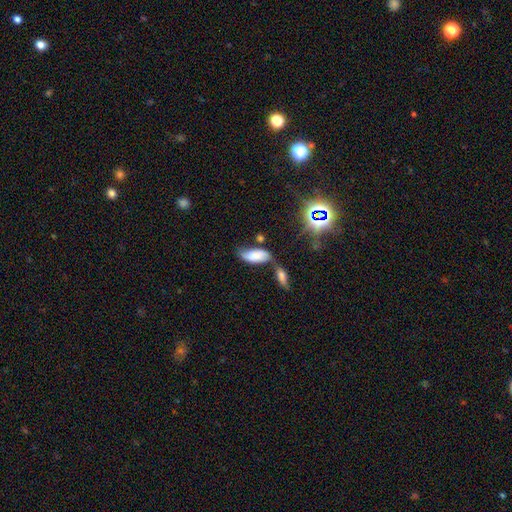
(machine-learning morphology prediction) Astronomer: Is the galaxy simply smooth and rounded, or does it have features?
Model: smooth — 68%.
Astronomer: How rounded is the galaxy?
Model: in between — 85%.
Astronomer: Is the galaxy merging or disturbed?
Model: none — 39% (runner-up: merger, 28%).